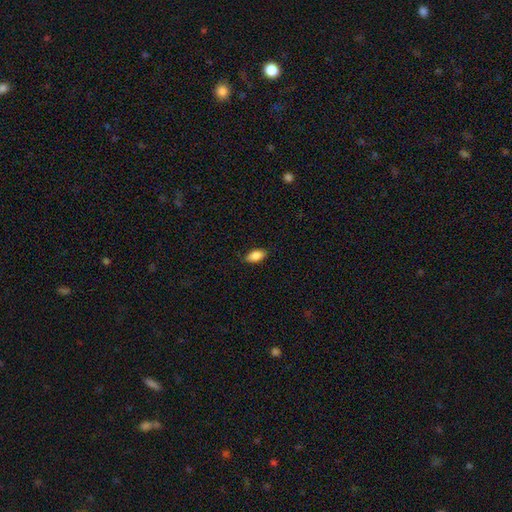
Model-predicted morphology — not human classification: This is clearly a smooth galaxy (86%). How rounded: clearly in between (91%). Merging: clearly none (84%).